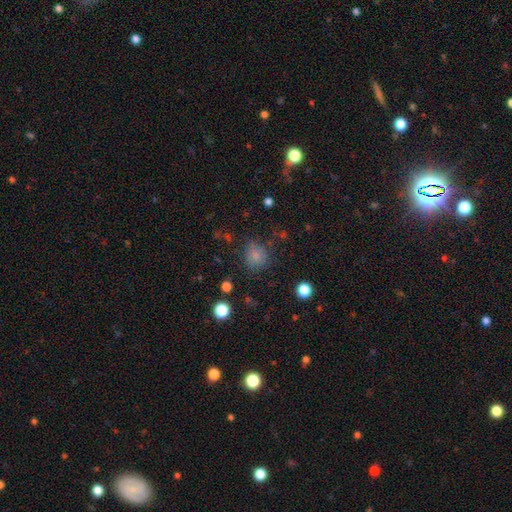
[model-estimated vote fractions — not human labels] Smooth or featured? smooth (78%)
How rounded? round (85%)
Merging? none (75%)